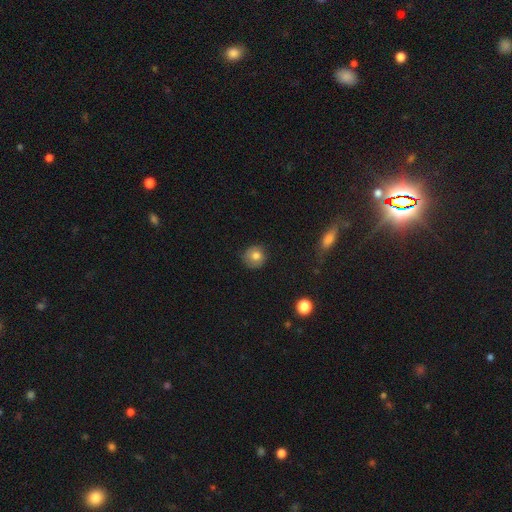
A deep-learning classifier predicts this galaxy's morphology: Overall: smooth (78%). How rounded: round (89%). Merging: none (80%).